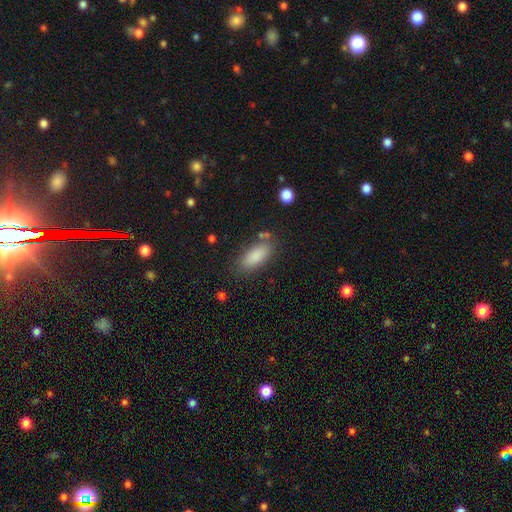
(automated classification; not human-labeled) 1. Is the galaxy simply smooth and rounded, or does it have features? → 87% smooth, 7% star or artifact, 6% featured or disk.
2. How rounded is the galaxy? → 82% in between, 16% cigar-shaped, 2% round.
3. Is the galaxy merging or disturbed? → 77% none, 14% minor disturbance, 4% merger, 4% major disturbance.